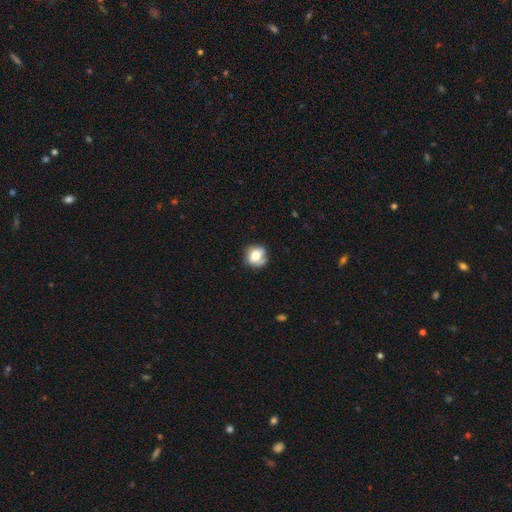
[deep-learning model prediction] Q: Smooth or featured?
A: smooth (69%); runner-up: featured or disk (21%)
Q: How rounded?
A: round (72%); runner-up: in between (27%)
Q: Merging?
A: none (58%); runner-up: minor disturbance (26%)